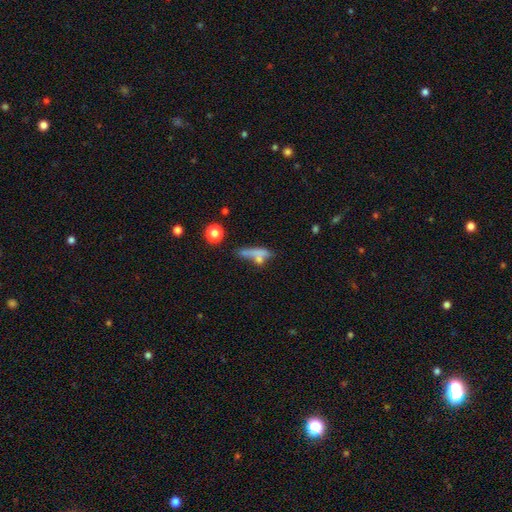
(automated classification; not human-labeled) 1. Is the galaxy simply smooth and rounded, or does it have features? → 56% smooth, 30% featured or disk, 14% star or artifact.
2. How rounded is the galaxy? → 64% cigar-shaped, 27% in between, 8% round.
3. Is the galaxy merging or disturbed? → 43% none, 26% merger, 17% minor disturbance, 13% major disturbance.